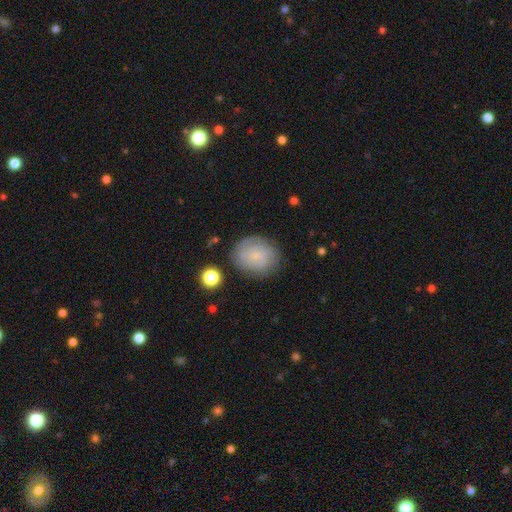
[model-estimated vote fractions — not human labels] smooth_or_featured: featured or disk (p=0.55) [alt: smooth p=0.36]
disk_edge_on: no (p=0.97) [alt: yes p=0.03]
bar: no (p=0.67) [alt: weak p=0.29]
has_spiral_arms: yes (p=0.85) [alt: no p=0.15]
bulge_size: small (p=0.80) [alt: moderate p=0.09]
merging: none (p=0.78) [alt: minor disturbance p=0.15]